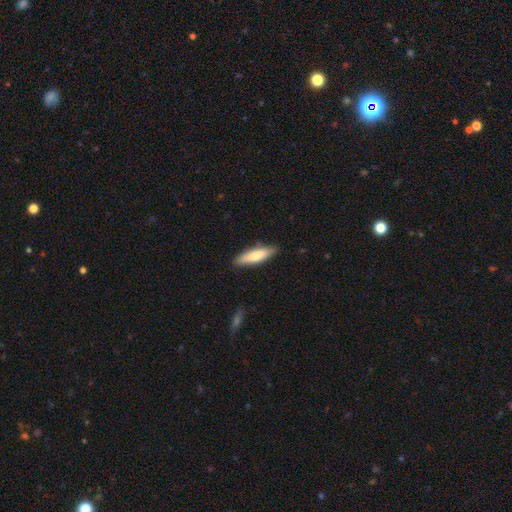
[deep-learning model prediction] smooth_or_featured: smooth (p=0.76) [alt: featured or disk p=0.19]
how_rounded: cigar-shaped (p=0.64) [alt: in between p=0.34]
merging: none (p=0.87) [alt: minor disturbance p=0.10]